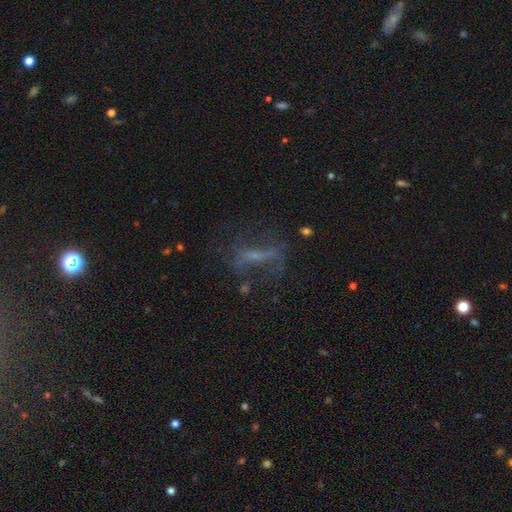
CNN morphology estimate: This appears to be a featured or disk galaxy (50%). Merging: none (51%).